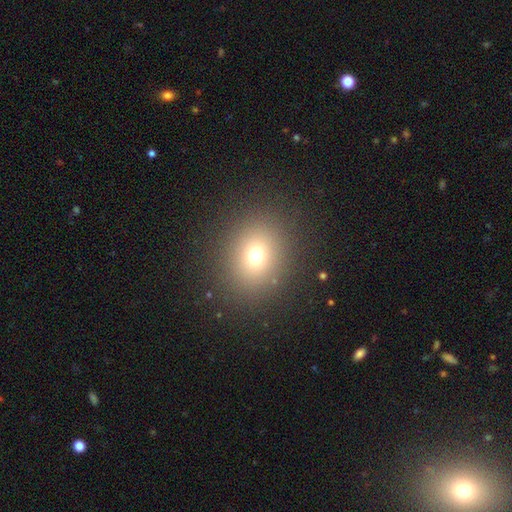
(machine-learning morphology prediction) Smooth or featured? smooth (71%)
How rounded? round (64%)
Merging? none (88%)